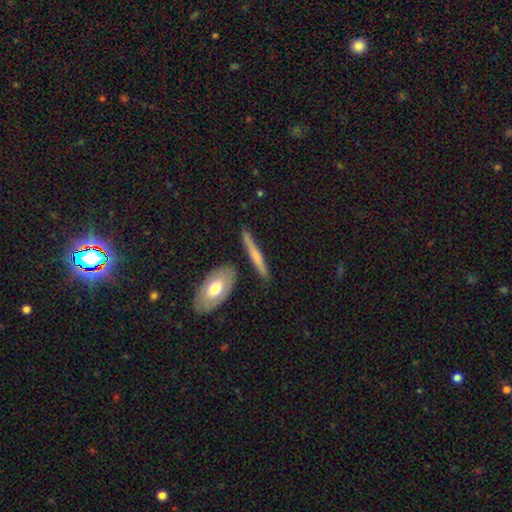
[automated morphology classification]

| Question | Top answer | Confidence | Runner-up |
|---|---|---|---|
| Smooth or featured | smooth | 53% | featured or disk (42%) |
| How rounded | cigar-shaped | 85% | in between (12%) |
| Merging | none | 79% | minor disturbance (12%) |